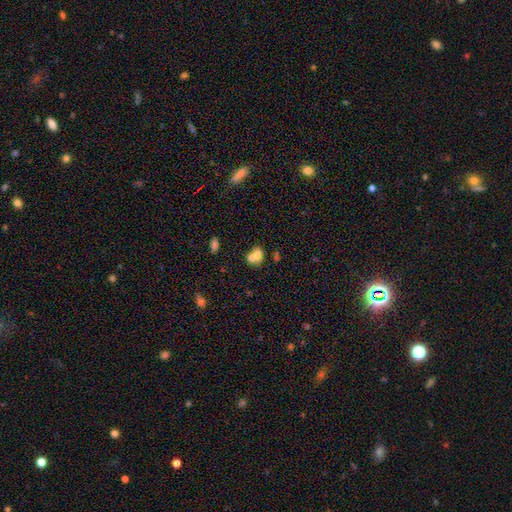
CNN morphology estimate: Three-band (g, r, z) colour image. It shows a smooth galaxy with no disk features (66%) that is in between round and cigar-shaped (51%). Merging: merger (62%).